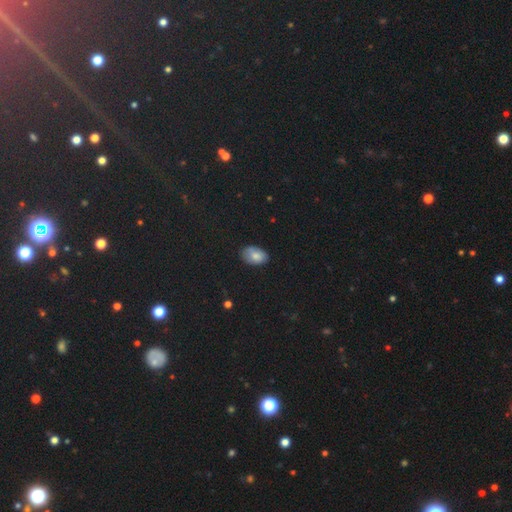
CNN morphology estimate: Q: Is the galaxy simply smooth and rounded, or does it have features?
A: smooth — 77%.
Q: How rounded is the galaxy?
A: in between — 88%.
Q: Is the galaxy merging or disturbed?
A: none — 76%.